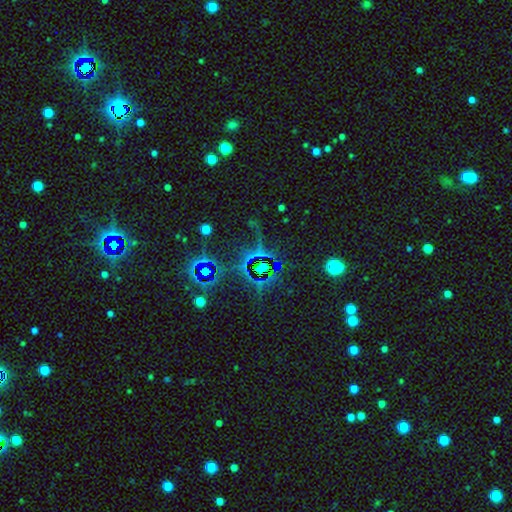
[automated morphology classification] This is likely a star or artifact rather than a galaxy (79%).